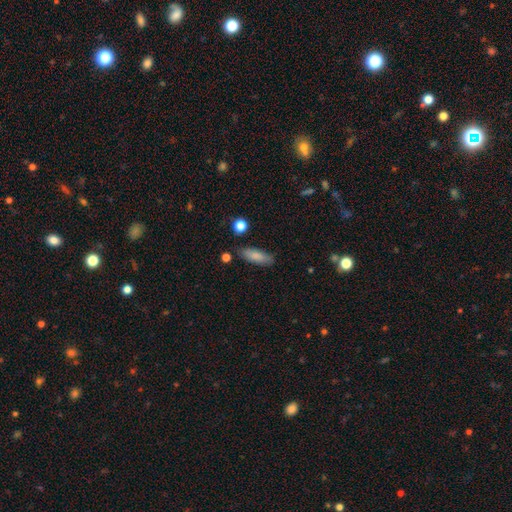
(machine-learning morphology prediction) A smooth galaxy with no disk features (83%) that is in between round and cigar-shaped (57%).

Vote fractions:
- Smooth or featured? smooth: 83% / featured or disk: 10% / star or artifact: 7%
- How rounded? in between: 57% / cigar-shaped: 40% / round: 2%
- Merging? none: 82% / minor disturbance: 12% / merger: 3% / major disturbance: 3%